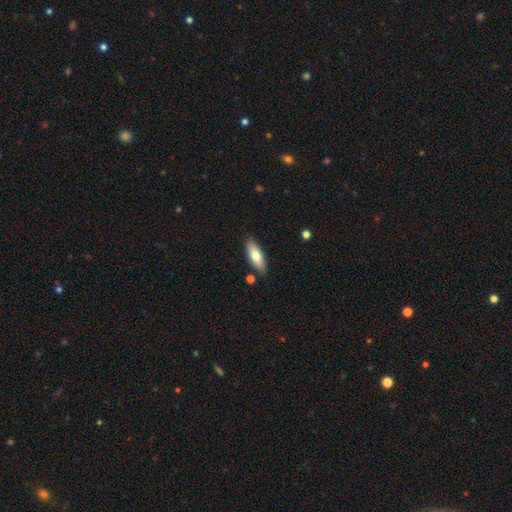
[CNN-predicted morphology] A smooth galaxy with no disk features (71%) that is in between round and cigar-shaped (69%).

Vote fractions:
- Smooth or featured? smooth: 71% / featured or disk: 23% / star or artifact: 6%
- How rounded? in between: 69% / cigar-shaped: 29% / round: 2%
- Merging? none: 85% / minor disturbance: 10% / merger: 3% / major disturbance: 2%